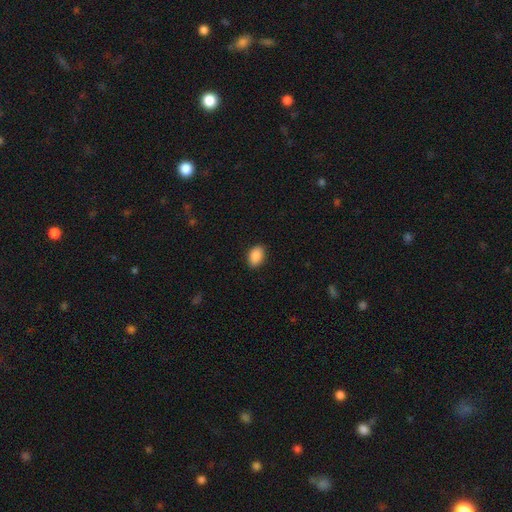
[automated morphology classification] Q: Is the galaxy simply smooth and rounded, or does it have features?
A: smooth — 90%.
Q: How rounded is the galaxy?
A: in between — 87%.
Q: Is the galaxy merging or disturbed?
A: none — 88%.